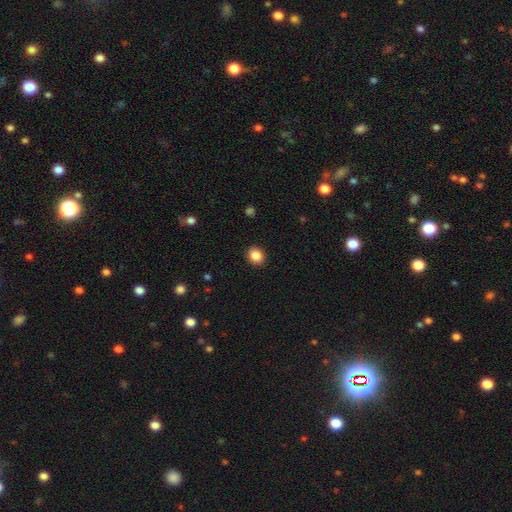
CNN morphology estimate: A smooth galaxy with no disk features (87%) that is round (66%). Merging: none (91%).